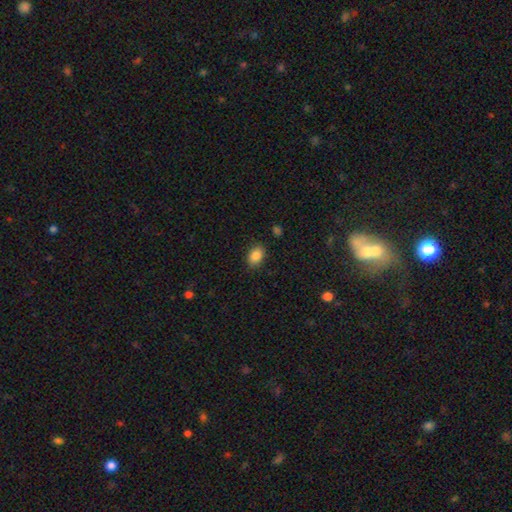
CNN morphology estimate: Smooth or featured? Predicted: smooth (p=0.86). How rounded? Predicted: in between (p=0.77). Merging? Predicted: none (p=0.84).